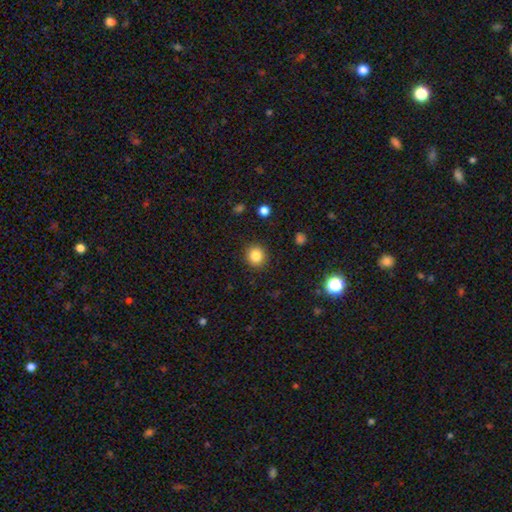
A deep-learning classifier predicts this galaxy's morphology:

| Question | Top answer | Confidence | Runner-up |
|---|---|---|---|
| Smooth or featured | smooth | 83% | star or artifact (11%) |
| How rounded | round | 89% | in between (10%) |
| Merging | none | 90% | minor disturbance (6%) |